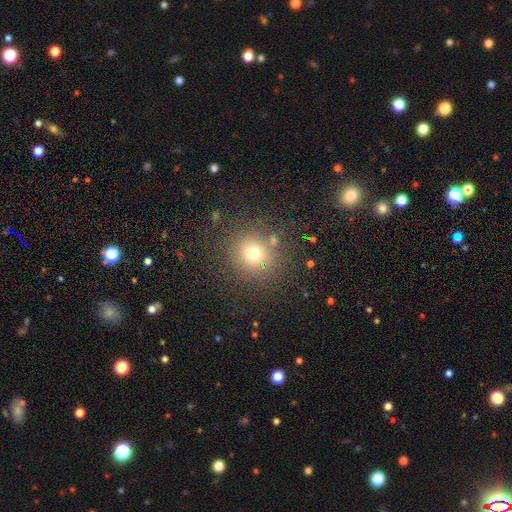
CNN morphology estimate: This is likely a smooth galaxy (64%). How rounded: clearly round (92%). Merging: clearly none (84%).